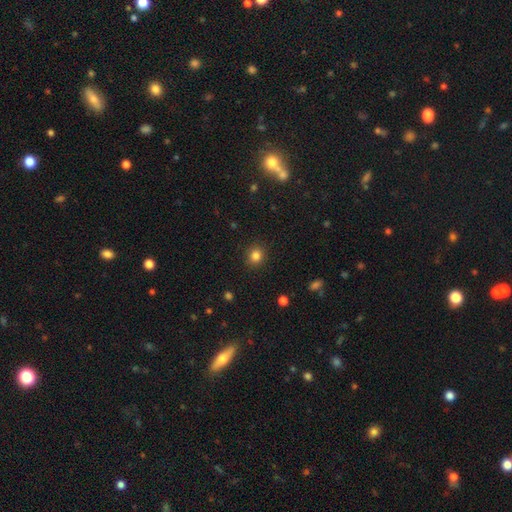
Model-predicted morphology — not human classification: Overall: smooth (83%). How rounded: round (81%). Merging: none (90%).